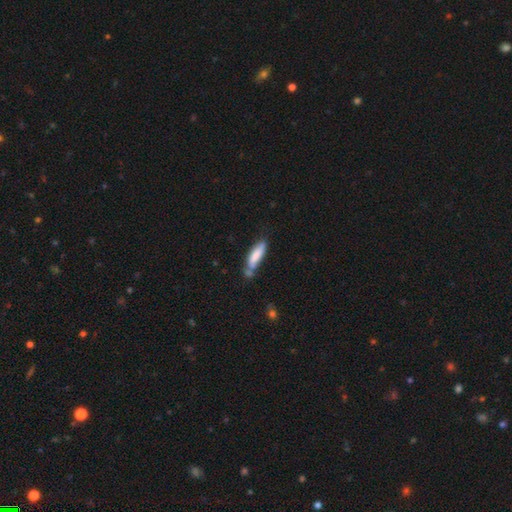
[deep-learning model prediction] smooth-or-featured: smooth: 77% | featured or disk: 17% | star or artifact: 6%
  how-rounded: cigar-shaped: 62% | in between: 36% | round: 2%
  merging: none: 46% | minor disturbance: 27% | merger: 20% | major disturbance: 8%